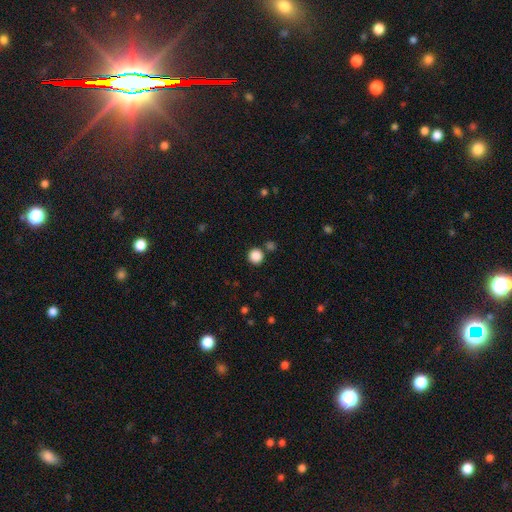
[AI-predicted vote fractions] This is clearly a smooth galaxy (86%). How rounded: clearly round (95%). Merging: clearly none (83%).